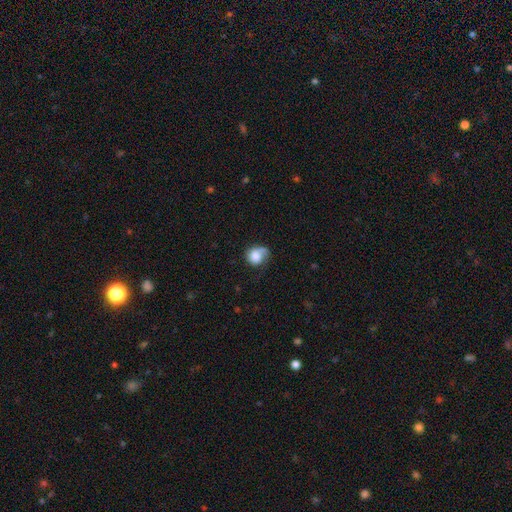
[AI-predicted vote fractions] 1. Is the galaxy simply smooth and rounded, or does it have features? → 68% smooth, 23% featured or disk, 8% star or artifact.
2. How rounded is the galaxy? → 68% round, 31% in between, 1% cigar-shaped.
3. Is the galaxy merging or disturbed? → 42% none, 30% minor disturbance, 23% major disturbance, 5% merger.